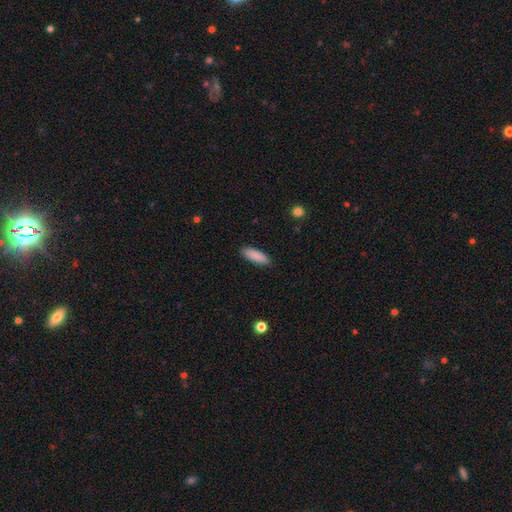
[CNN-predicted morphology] This appears to be a smooth galaxy with no disk features (88%) that is in between round and cigar-shaped (51%). Merging: none (90%).